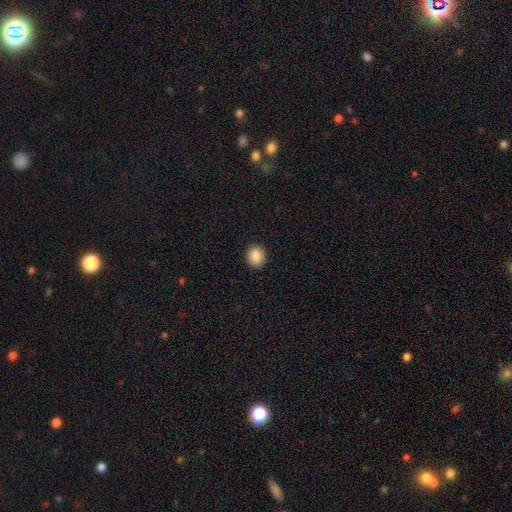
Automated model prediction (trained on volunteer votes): Morphology: type=smooth (88%); roundness=round (72%); merging=none (91%).